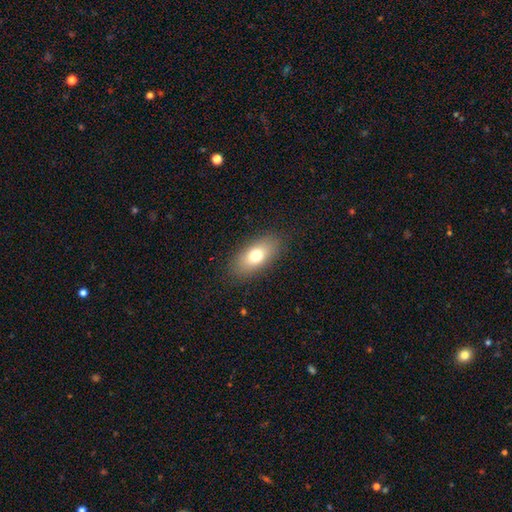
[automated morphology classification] Smooth or featured?
  - smooth: 73% *
  - featured or disk: 18%
  - star or artifact: 9%
How rounded?
  - in between: 86% *
  - cigar-shaped: 9%
  - round: 6%
Merging?
  - none: 86% *
  - minor disturbance: 10%
  - major disturbance: 3%
  - merger: 1%